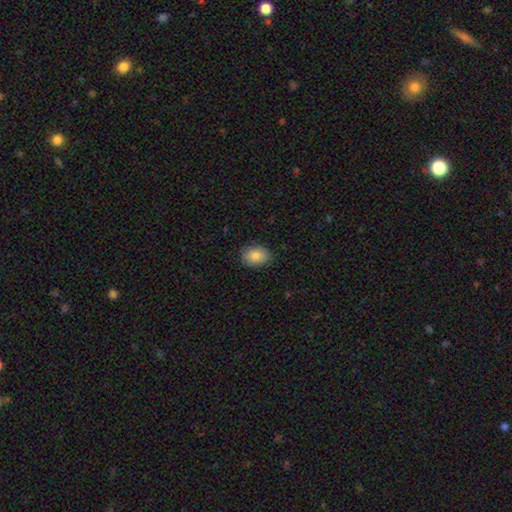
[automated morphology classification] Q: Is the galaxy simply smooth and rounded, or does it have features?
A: smooth — 86%.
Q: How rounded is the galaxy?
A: in between — 74%.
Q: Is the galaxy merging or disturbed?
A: none — 86%.